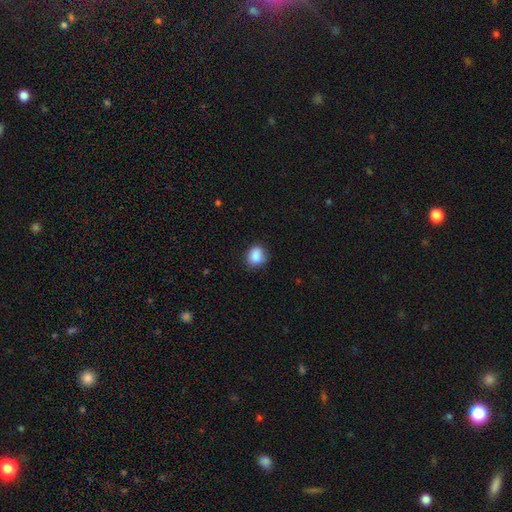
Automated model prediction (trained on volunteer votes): Overall: smooth (87%). How rounded: round (62%; in between 37%). Merging: none (77%).